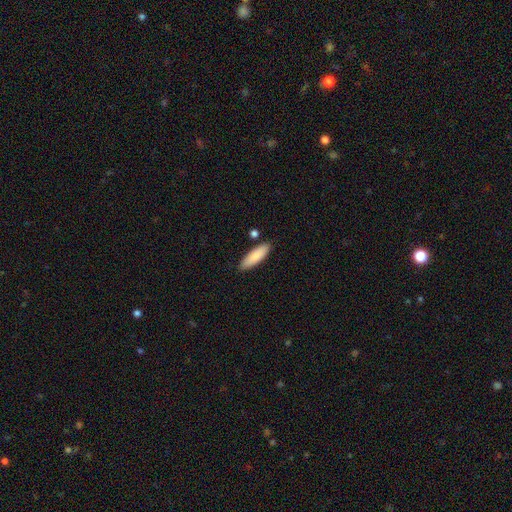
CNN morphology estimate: smooth_or_featured: smooth (p=0.84) [alt: featured or disk p=0.10]
how_rounded: cigar-shaped (p=0.53) [alt: in between p=0.45]
merging: none (p=0.84) [alt: minor disturbance p=0.10]